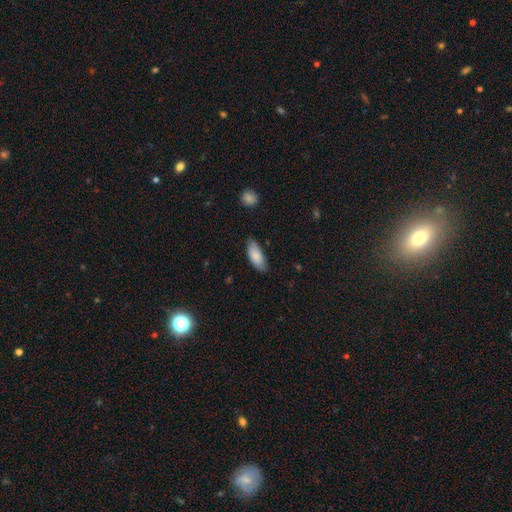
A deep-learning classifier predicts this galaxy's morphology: smooth_or_featured: smooth (p=0.85) [alt: featured or disk p=0.09]
how_rounded: in between (p=0.84) [alt: cigar-shaped p=0.15]
merging: none (p=0.76) [alt: minor disturbance p=0.20]